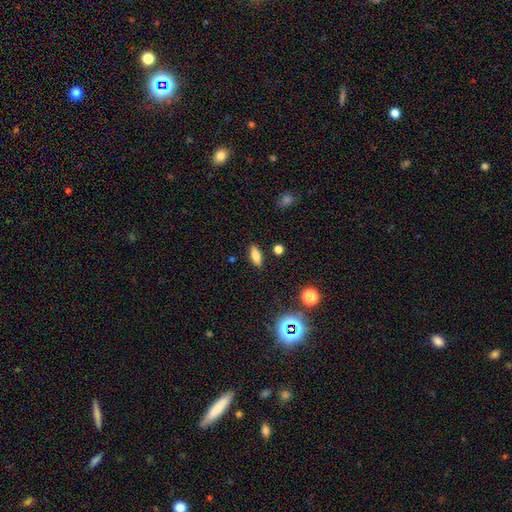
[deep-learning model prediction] Smooth or featured: smooth — 74% (featured or disk — 15%)
How rounded: in between — 73% (cigar-shaped — 23%)
Merging: none — 86% (minor disturbance — 9%)